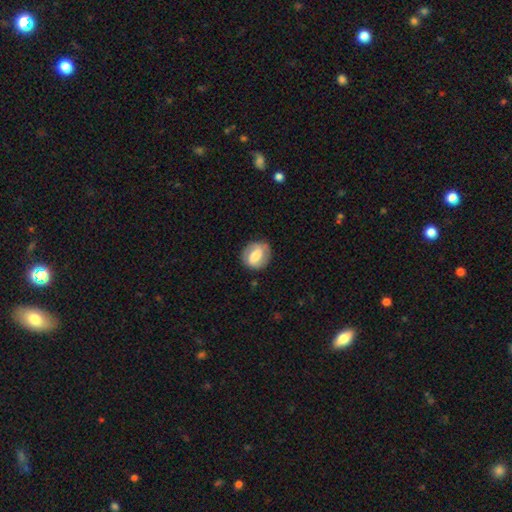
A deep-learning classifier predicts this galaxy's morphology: A smooth galaxy with no disk features (47%, tied with featured or disk). Merging: none (81%).